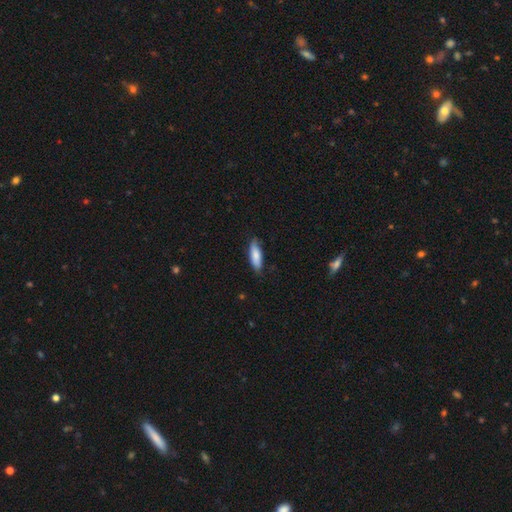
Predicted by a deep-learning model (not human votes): A smooth galaxy with no disk features (81%) that is in between round and cigar-shaped (53%). Merging: none (79%).